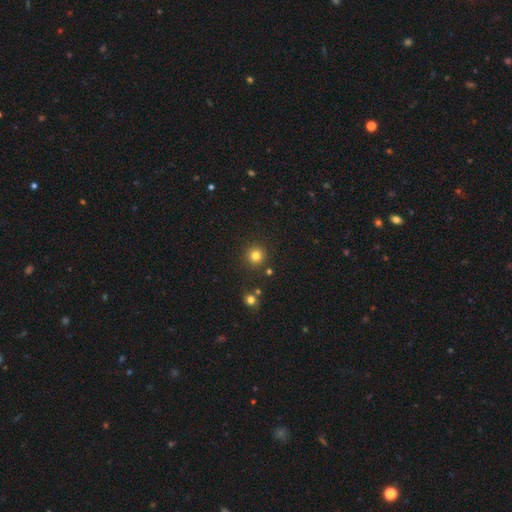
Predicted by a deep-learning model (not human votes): Morphology: type=smooth (80%); roundness=round (95%); merging=none (89%).